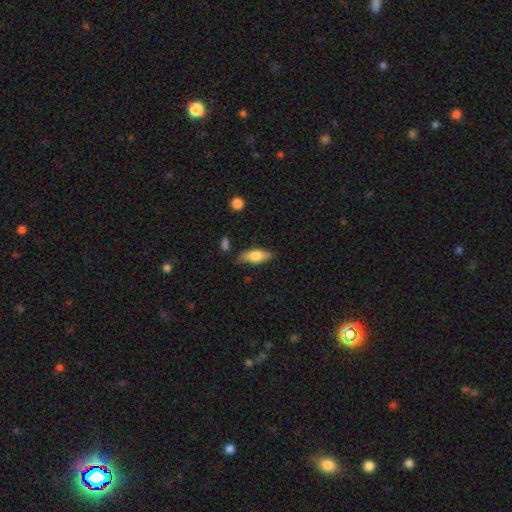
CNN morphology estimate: Q: Smooth or featured?
A: smooth (66%); runner-up: featured or disk (27%)
Q: How rounded?
A: in between (68%); runner-up: cigar-shaped (30%)
Q: Merging?
A: none (79%); runner-up: minor disturbance (15%)